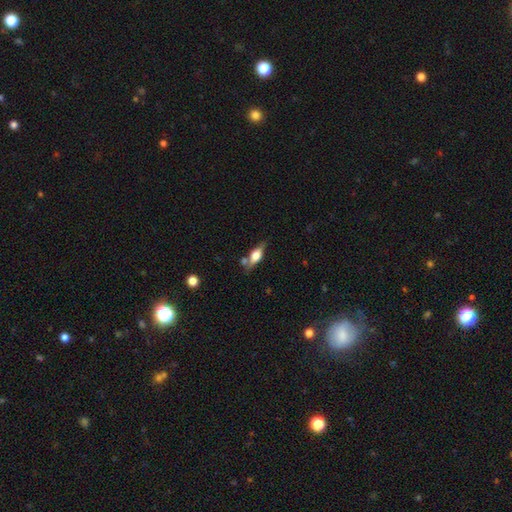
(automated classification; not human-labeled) A smooth galaxy with no disk features (50%) that is in between round and cigar-shaped (67%). Merging: none (62%).